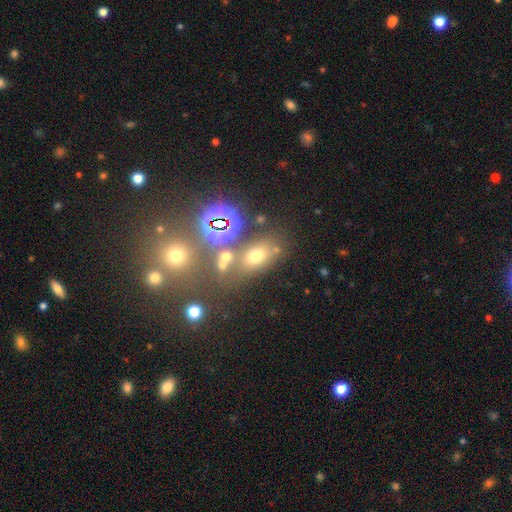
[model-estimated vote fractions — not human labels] A smooth galaxy with no disk features (57%) that is in between round and cigar-shaped (66%). Merging: none (60%).